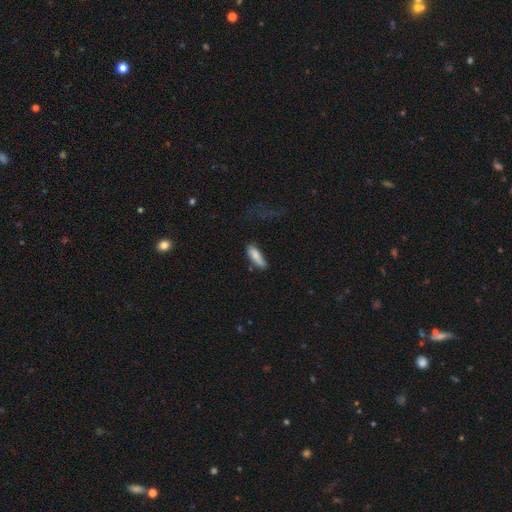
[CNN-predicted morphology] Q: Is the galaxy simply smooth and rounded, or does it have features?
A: smooth — 83%.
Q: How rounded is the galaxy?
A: in between — 53%.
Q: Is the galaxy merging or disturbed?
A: none — 55%.